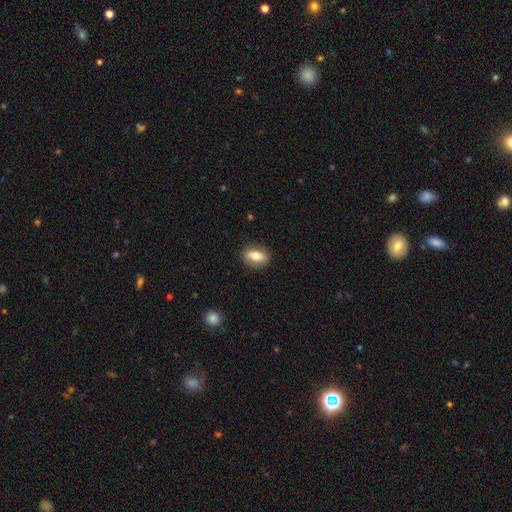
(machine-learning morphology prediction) Overall: smooth (75%). How rounded: in between (82%). Merging: none (86%).